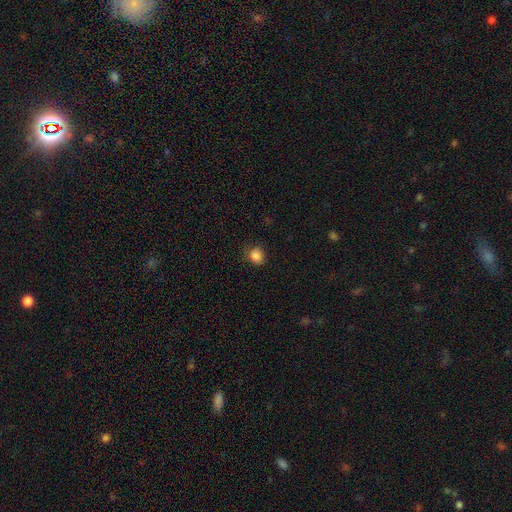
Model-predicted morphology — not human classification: smooth_or_featured: smooth (p=0.85) [alt: star or artifact p=0.11]
how_rounded: round (p=0.75) [alt: in between p=0.24]
merging: none (p=0.75) [alt: minor disturbance p=0.19]